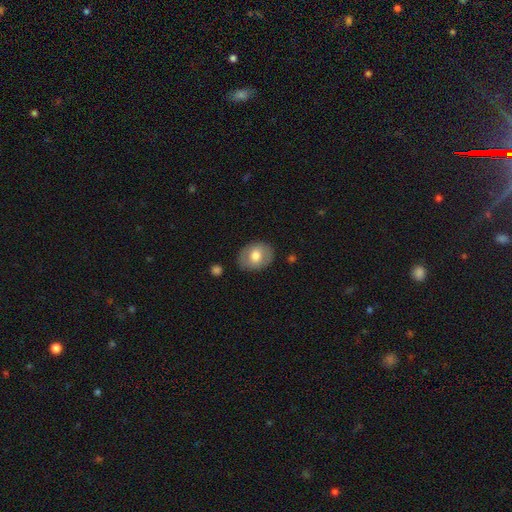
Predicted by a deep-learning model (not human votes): Smooth or featured? smooth (67%)
How rounded? in between (58%)
Merging? none (84%)